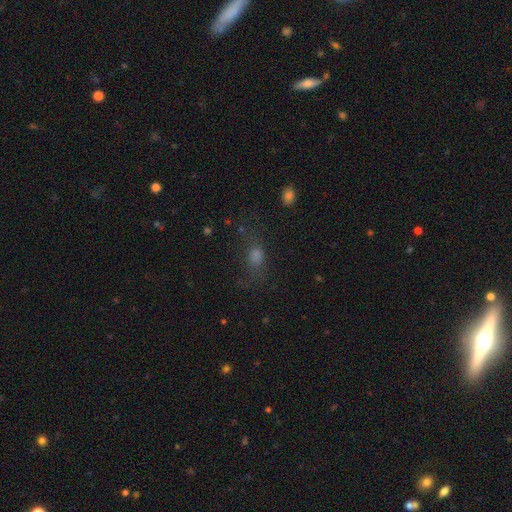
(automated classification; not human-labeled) This appears to be a smooth galaxy with no disk features (57%) that is in between round and cigar-shaped (59%). Merging: none (58%).